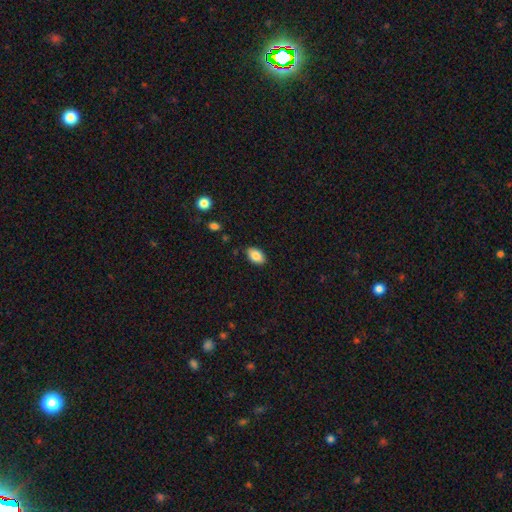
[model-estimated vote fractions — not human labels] The model was most divided on "merging": none: 86%, minor disturbance: 11%, major disturbance: 2%, merger: 1%. More confident: how rounded — in between (91%); smooth or featured — smooth (86%).